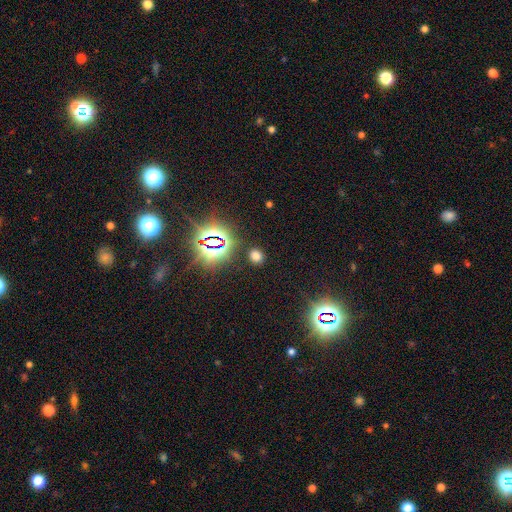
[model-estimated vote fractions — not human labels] smooth 63%, star or artifact 31%, featured or disk 6%. Down the decision tree: how rounded — round (72%); merging — none (88%).